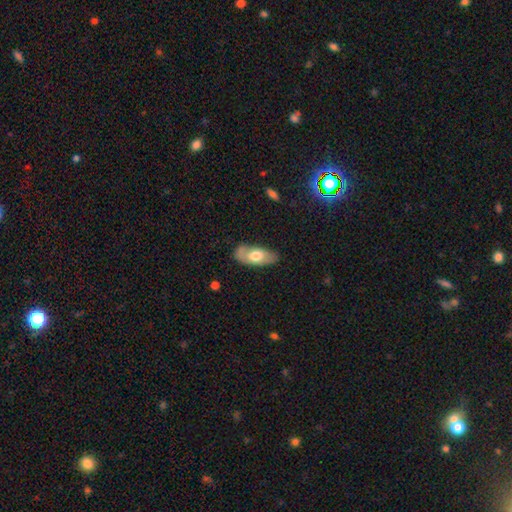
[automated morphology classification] The model was most divided on "smooth or featured": smooth: 59%, featured or disk: 35%, star or artifact: 6%. More confident: how rounded — in between (87%); merging — none (68%).